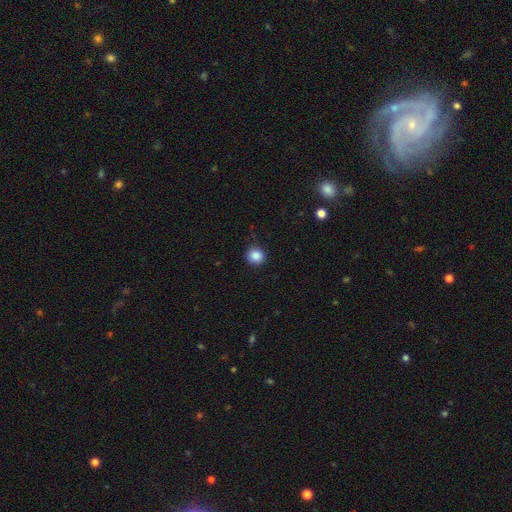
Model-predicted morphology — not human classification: Q: Smooth or featured?
A: smooth (86%); runner-up: star or artifact (10%)
Q: How rounded?
A: round (91%); runner-up: in between (8%)
Q: Merging?
A: none (87%); runner-up: minor disturbance (10%)